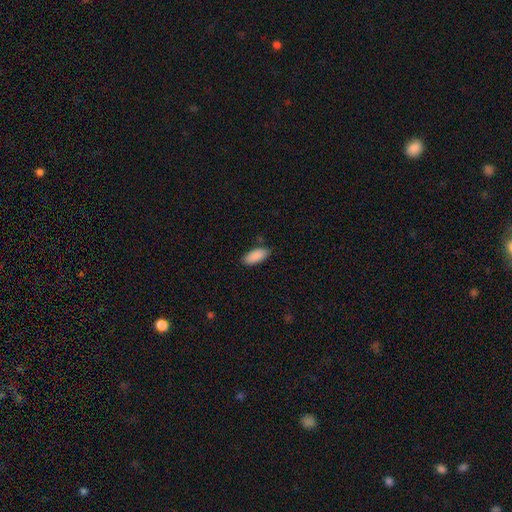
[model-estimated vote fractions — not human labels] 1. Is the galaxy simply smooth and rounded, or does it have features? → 90% smooth, 6% star or artifact, 4% featured or disk.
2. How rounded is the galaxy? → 86% in between, 13% cigar-shaped, 2% round.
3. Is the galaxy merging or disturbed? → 86% none, 11% minor disturbance, 2% major disturbance, 2% merger.